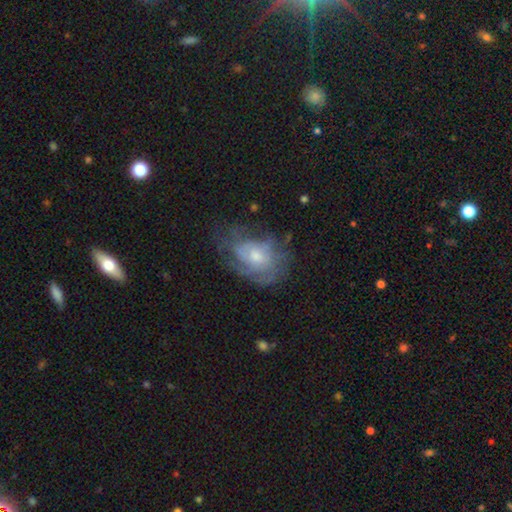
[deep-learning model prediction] This is likely a featured or disk galaxy (61%). It is clearly not viewed edge-on (96%). Bar: likely no (79%). Spiral arm pattern: likely yes (62%). Central bulge: possibly moderate (55%). Merging: possibly none (49%).